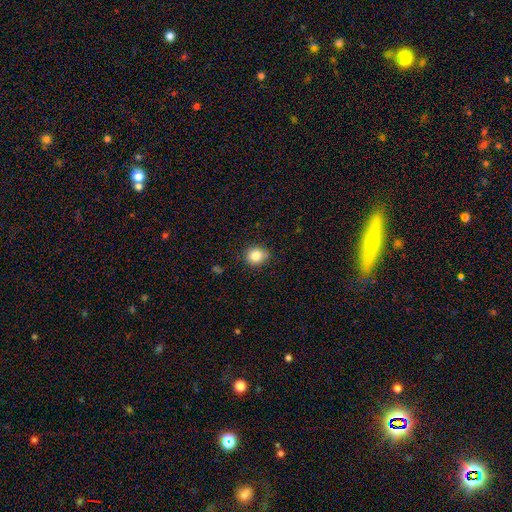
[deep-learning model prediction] A smooth galaxy with no disk features (84%) that is round (79%). Merging: none (84%).